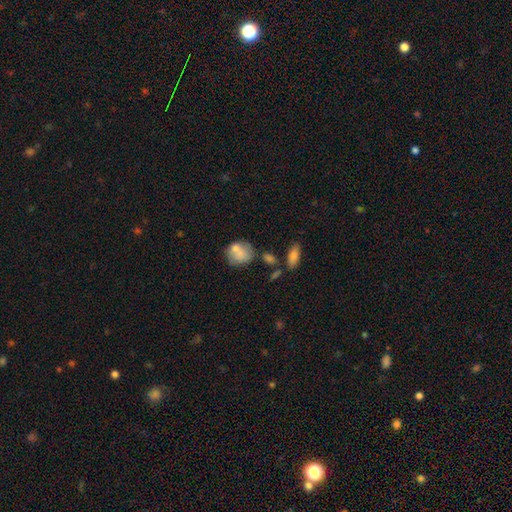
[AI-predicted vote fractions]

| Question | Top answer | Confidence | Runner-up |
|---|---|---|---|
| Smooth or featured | star or artifact | 42% | smooth (40%) |